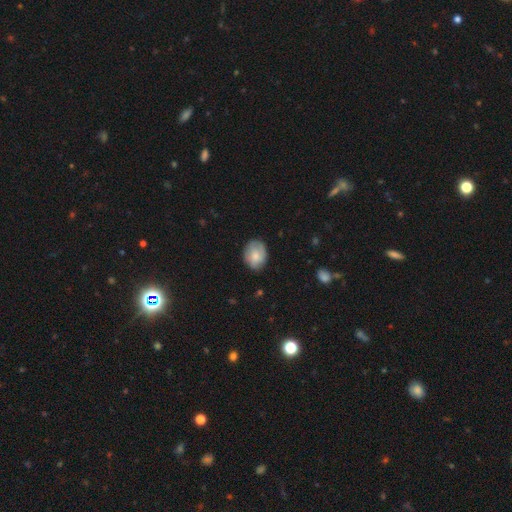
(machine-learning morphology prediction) A smooth galaxy with no disk features (65%) that is in between round and cigar-shaped (52%). Merging: none (76%).